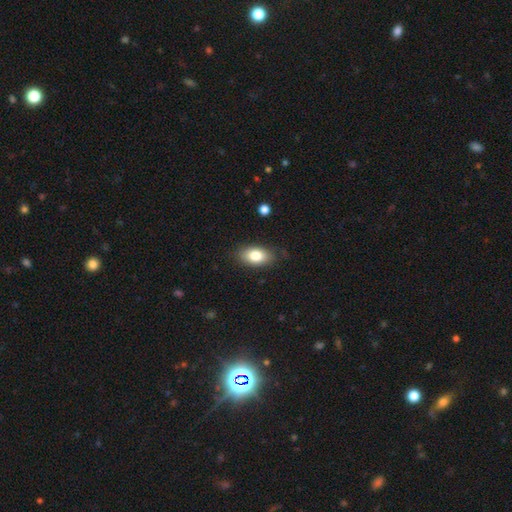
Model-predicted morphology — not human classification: smooth-or-featured: smooth: 81% | featured or disk: 11% | star or artifact: 7%
  how-rounded: in between: 91% | round: 7% | cigar-shaped: 3%
  merging: none: 83% | minor disturbance: 13% | major disturbance: 3% | merger: 1%